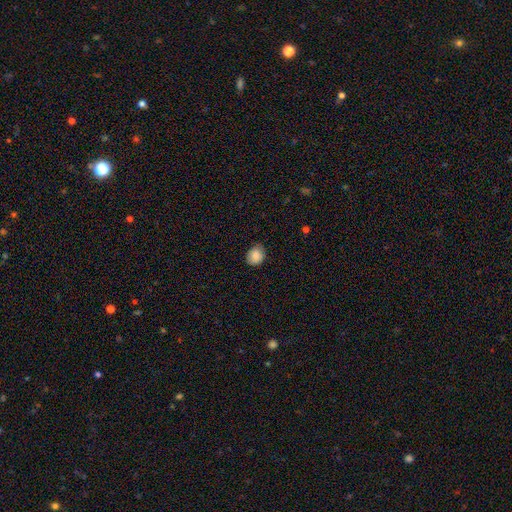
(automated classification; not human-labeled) Overall: smooth (87%). How rounded: round (69%; in between 30%). Merging: none (76%).